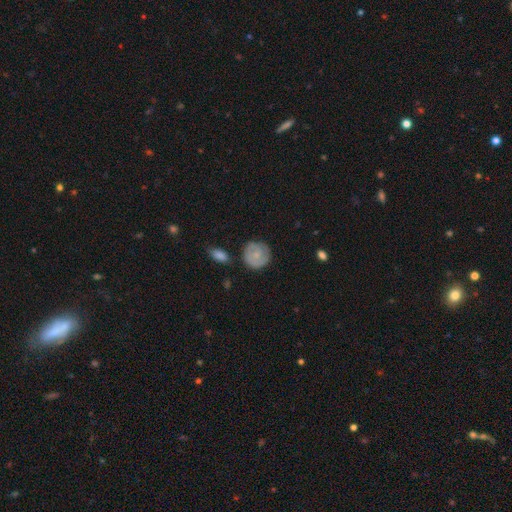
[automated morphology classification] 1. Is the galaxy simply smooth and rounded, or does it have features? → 53% smooth, 41% featured or disk, 6% star or artifact.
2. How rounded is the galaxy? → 88% round, 11% in between, 1% cigar-shaped.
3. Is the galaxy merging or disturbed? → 77% none, 16% minor disturbance, 4% major disturbance, 3% merger.